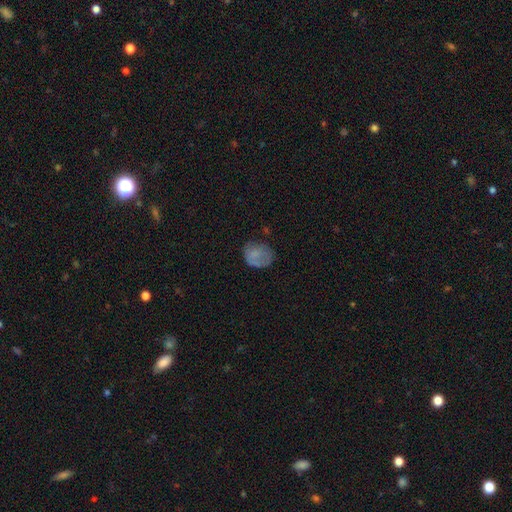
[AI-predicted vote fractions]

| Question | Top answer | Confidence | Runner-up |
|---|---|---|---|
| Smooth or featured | smooth | 70% | featured or disk (19%) |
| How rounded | round | 61% | in between (38%) |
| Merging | none | 52% | minor disturbance (29%) |